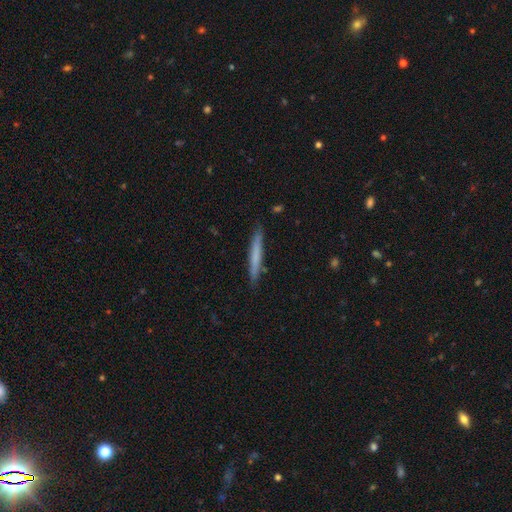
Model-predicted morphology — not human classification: smooth 64%, featured or disk 31%, star or artifact 5%. Down the decision tree: how rounded — cigar-shaped (96%); merging — none (88%).